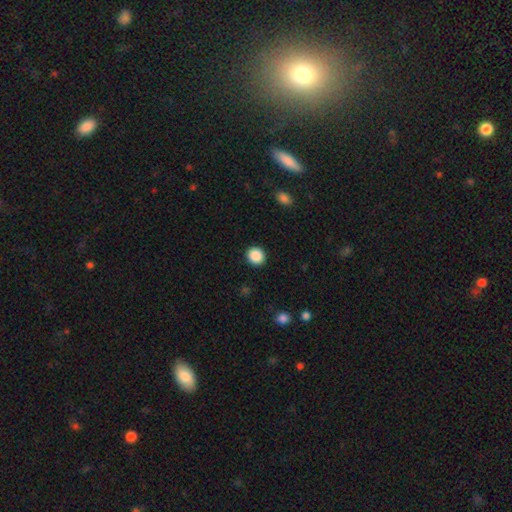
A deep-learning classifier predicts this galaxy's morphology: Overall: smooth (89%). How rounded: round (87%). Merging: none (92%).